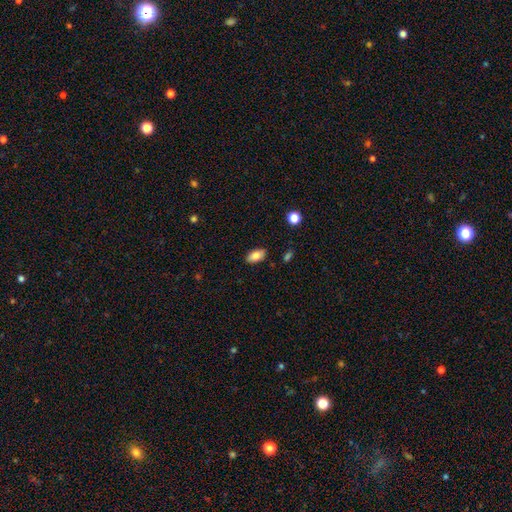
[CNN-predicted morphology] The model was most divided on "smooth or featured": smooth: 82%, featured or disk: 10%, star or artifact: 8%. More confident: how rounded — in between (92%); merging — none (87%).